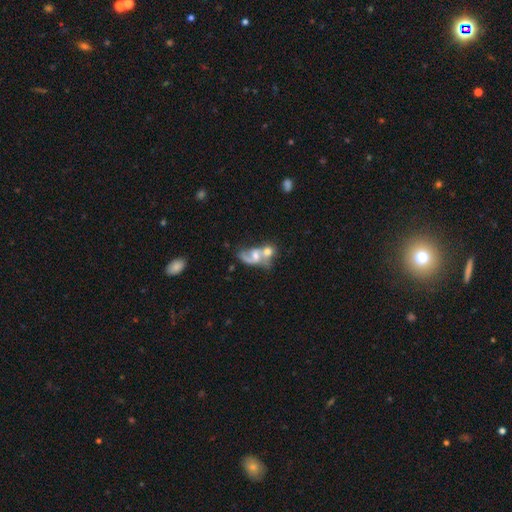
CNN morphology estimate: Overall: featured or disk (59%; smooth 32%). Edge-on disk: no (96%). Bar: no (58%; weak 32%). Spiral arms: yes (71%). Bulge size: moderate (48%; small 27%). Merging: merger (65%).